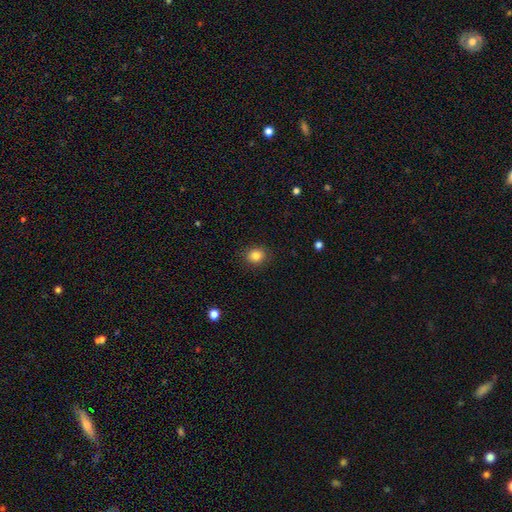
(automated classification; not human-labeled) Morphology: type=smooth (84%); roundness=round (69%); merging=none (89%).